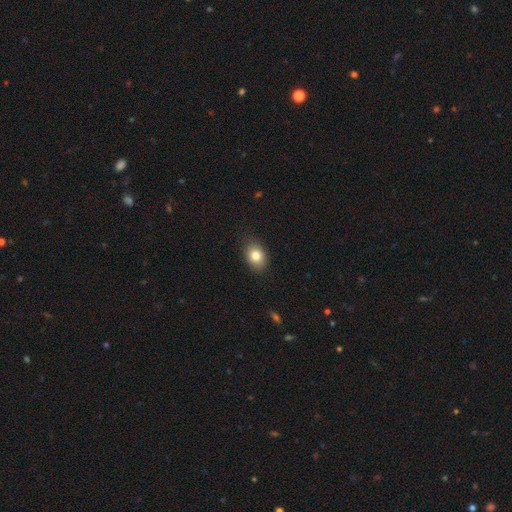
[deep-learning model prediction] Smooth or featured? smooth (81%)
How rounded? in between (70%)
Merging? none (85%)